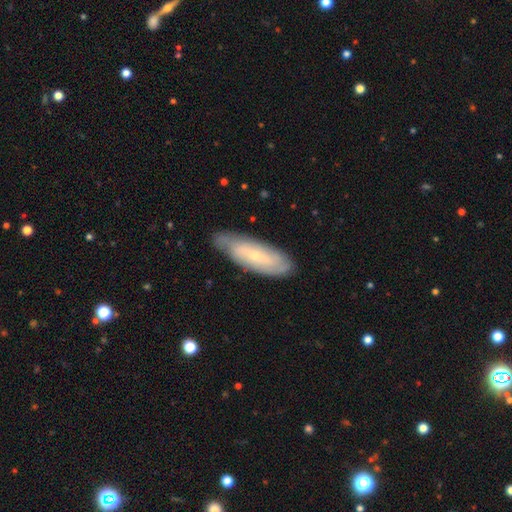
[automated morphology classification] Overall: featured or disk (56%; smooth 37%). Edge-on disk: no (79%). Merging: none (77%).